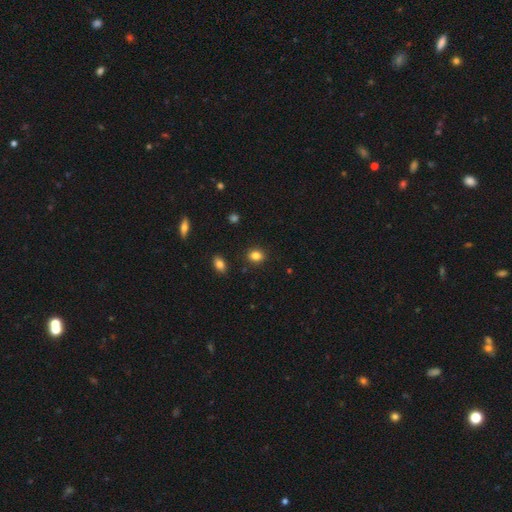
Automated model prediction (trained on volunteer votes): A smooth galaxy with no disk features (84%) that is round (53%).

Vote fractions:
- Smooth or featured? smooth: 84% / star or artifact: 11% / featured or disk: 5%
- How rounded? round: 53% / in between: 46% / cigar-shaped: 1%
- Merging? none: 88% / minor disturbance: 8% / major disturbance: 2% / merger: 2%